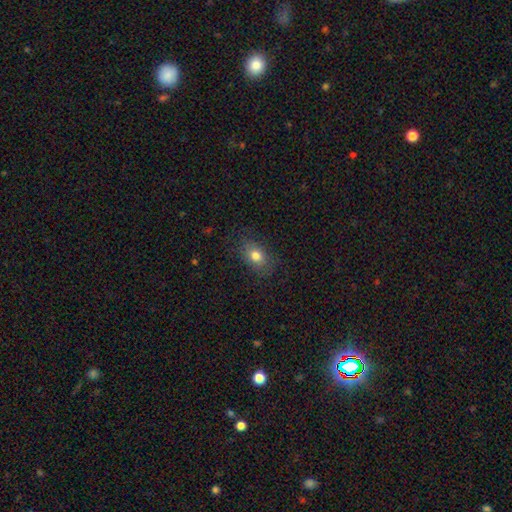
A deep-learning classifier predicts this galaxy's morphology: smooth-or-featured: smooth: 78% | star or artifact: 11% | featured or disk: 11%
  how-rounded: in between: 69% | round: 29% | cigar-shaped: 1%
  merging: none: 81% | minor disturbance: 14% | major disturbance: 5% | merger: 1%